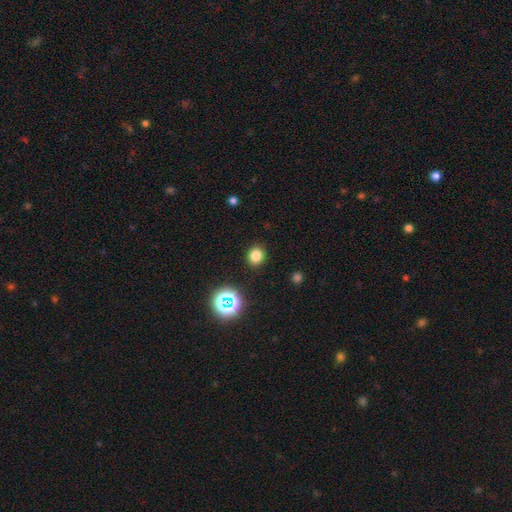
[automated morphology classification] The model was most divided on "how rounded": round: 71%, in between: 28%, cigar-shaped: 1%. More confident: merging — none (89%); smooth or featured — smooth (78%).